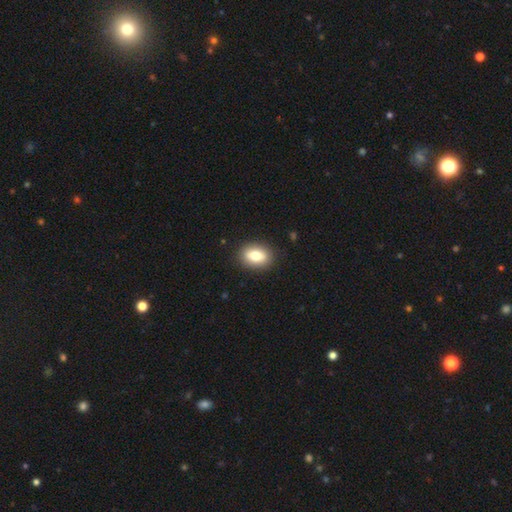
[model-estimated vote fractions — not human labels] smooth 80%, featured or disk 12%, star or artifact 8%. Down the decision tree: how rounded — in between (75%); merging — none (89%).